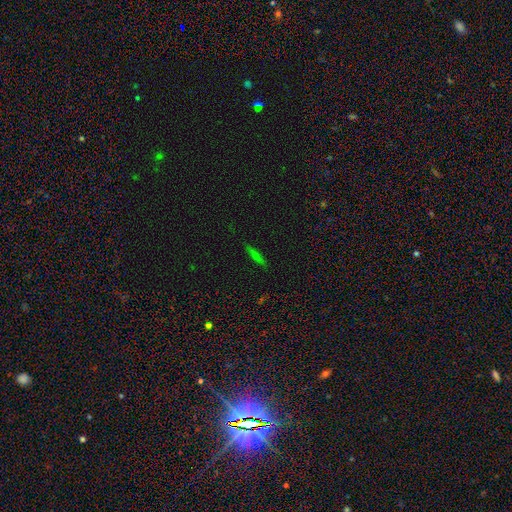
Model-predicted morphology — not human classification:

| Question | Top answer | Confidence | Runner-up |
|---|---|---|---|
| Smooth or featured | featured or disk | 44% | smooth (40%) |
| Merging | none | 88% | minor disturbance (8%) |